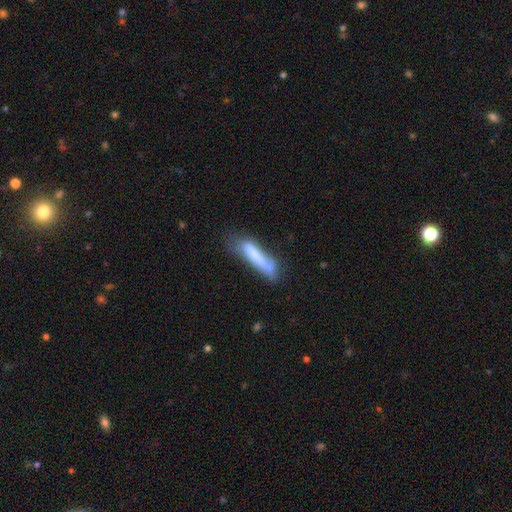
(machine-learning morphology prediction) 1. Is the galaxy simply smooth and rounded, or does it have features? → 68% smooth, 24% featured or disk, 7% star or artifact.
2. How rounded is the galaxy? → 85% cigar-shaped, 14% in between, 1% round.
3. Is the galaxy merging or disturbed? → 51% none, 29% minor disturbance, 14% major disturbance, 6% merger.